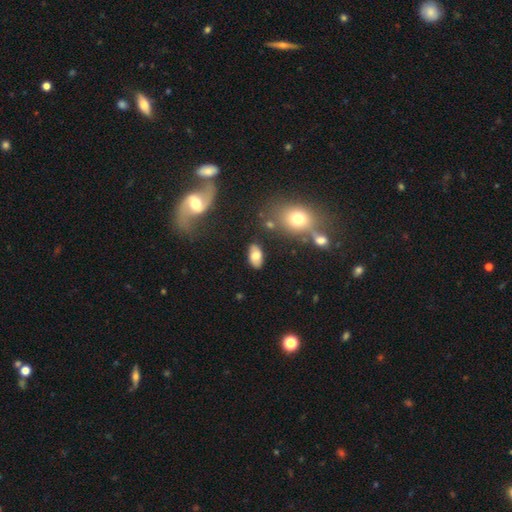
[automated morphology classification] Smooth or featured: smooth — 73% (featured or disk — 19%)
How rounded: in between — 93% (round — 5%)
Merging: none — 82% (minor disturbance — 11%)